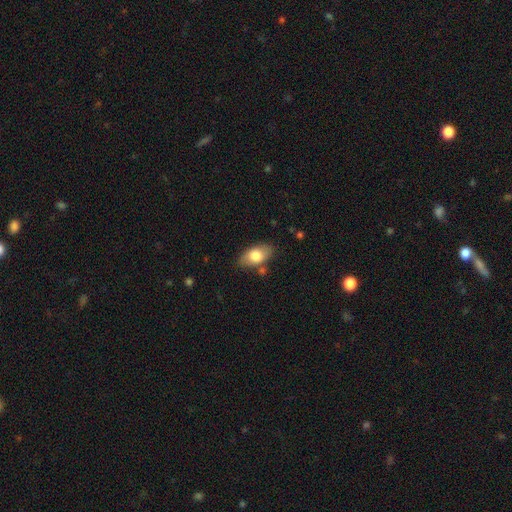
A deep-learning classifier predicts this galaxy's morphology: smooth 77%, featured or disk 17%, star or artifact 6%. Down the decision tree: how rounded — in between (91%); merging — none (77%).